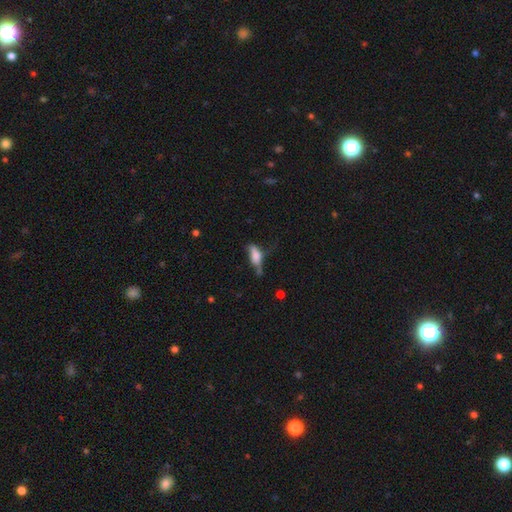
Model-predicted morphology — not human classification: The model was most divided on "merging": none: 34%, minor disturbance: 29%, major disturbance: 27%, merger: 10%. More confident: how rounded — in between (67%); smooth or featured — smooth (58%).